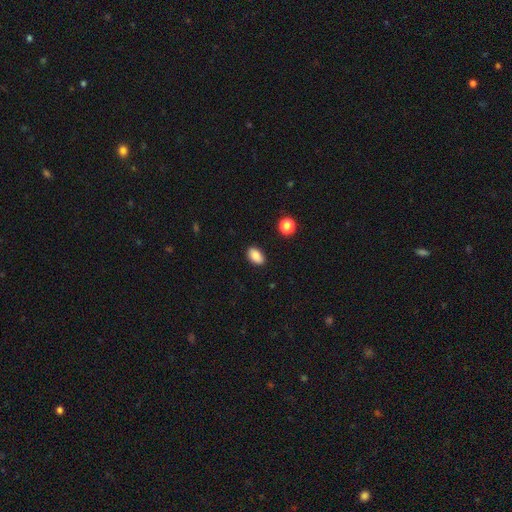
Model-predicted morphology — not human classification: Q: Smooth or featured?
A: smooth (88%); runner-up: star or artifact (8%)
Q: How rounded?
A: in between (91%); runner-up: round (7%)
Q: Merging?
A: none (88%); runner-up: minor disturbance (9%)